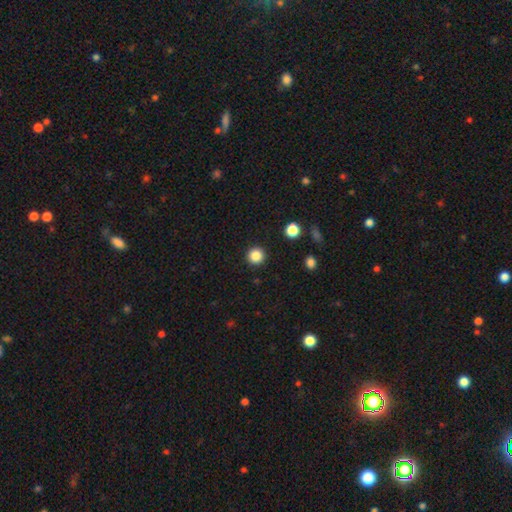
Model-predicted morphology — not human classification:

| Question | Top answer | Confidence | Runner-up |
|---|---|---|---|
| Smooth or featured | smooth | 86% | star or artifact (11%) |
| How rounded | round | 95% | in between (4%) |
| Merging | none | 92% | minor disturbance (5%) |